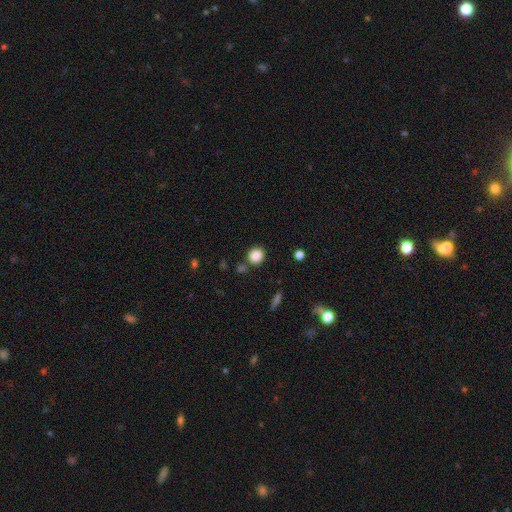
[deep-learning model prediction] smooth-or-featured: smooth: 86% | star or artifact: 10% | featured or disk: 4%
  how-rounded: round: 81% | in between: 18% | cigar-shaped: 1%
  merging: none: 81% | minor disturbance: 9% | merger: 7% | major disturbance: 3%